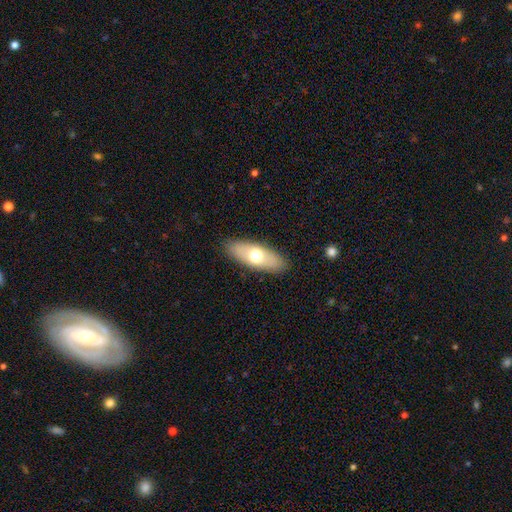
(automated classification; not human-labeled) This appears to be a smooth galaxy with no disk features (62%) that is in between round and cigar-shaped (73%). Merging: none (88%).